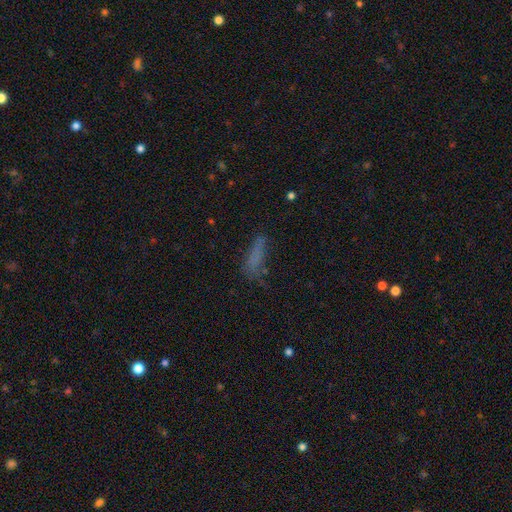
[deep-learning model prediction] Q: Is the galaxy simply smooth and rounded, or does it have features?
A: smooth — 68%.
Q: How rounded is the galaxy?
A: cigar-shaped — 64%.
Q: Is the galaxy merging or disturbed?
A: none — 55%.